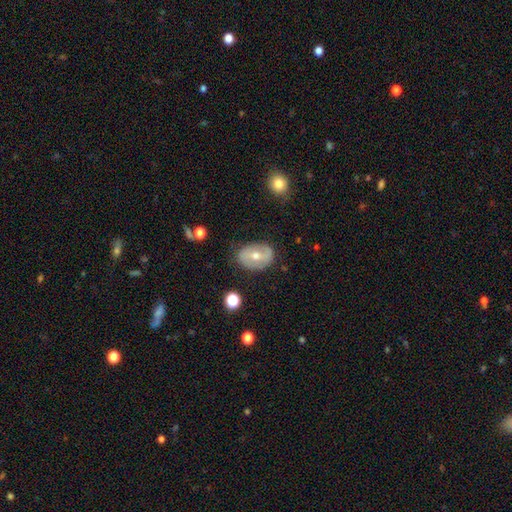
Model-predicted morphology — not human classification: smooth_or_featured: featured or disk (p=0.53) [alt: smooth p=0.39]
disk_edge_on: no (p=0.92) [alt: yes p=0.08]
merging: none (p=0.77) [alt: minor disturbance p=0.16]